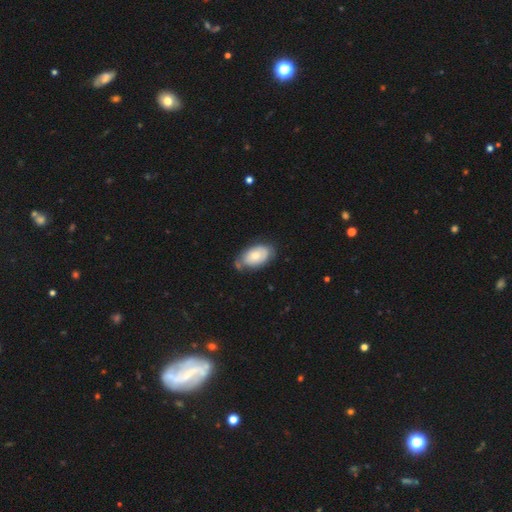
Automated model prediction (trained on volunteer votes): Overall: smooth (66%; featured or disk 27%). How rounded: in between (92%). Merging: none (59%; minor disturbance 27%).